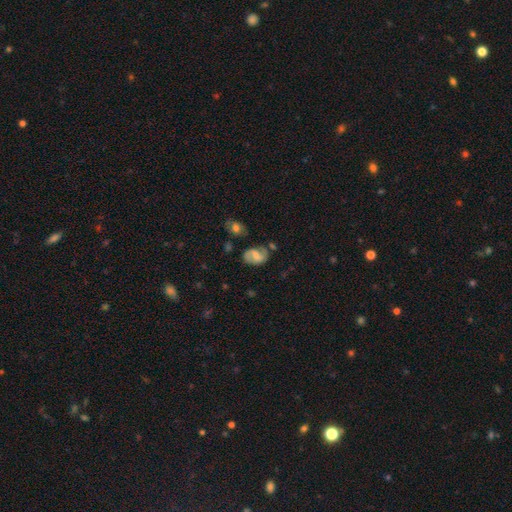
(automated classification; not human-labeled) A featured or disk galaxy (59%) with a weak bar (47%), spiral arms (85%) and a moderate central bulge (33%). Merging: none (65%).